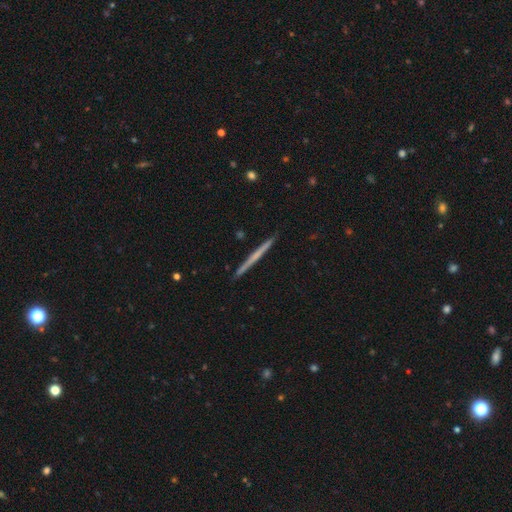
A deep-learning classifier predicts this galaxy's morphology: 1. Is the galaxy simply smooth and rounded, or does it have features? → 55% featured or disk, 39% smooth, 5% star or artifact.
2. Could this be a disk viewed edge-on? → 98% yes, 2% no.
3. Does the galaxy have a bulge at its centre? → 84% none, 12% rounded, 4% boxy.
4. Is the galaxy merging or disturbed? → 93% none, 5% minor disturbance, 1% merger, 1% major disturbance.